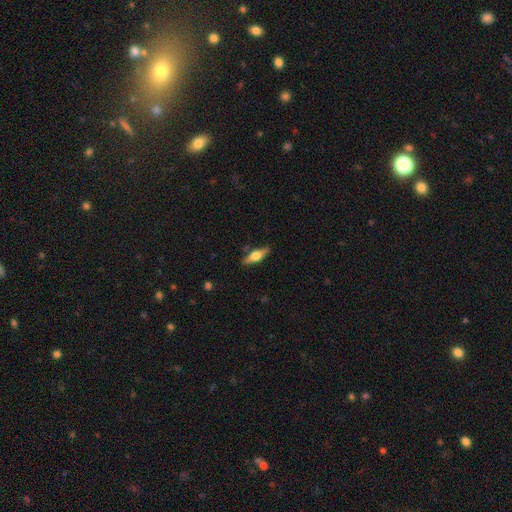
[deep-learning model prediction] Smooth or featured: featured or disk — 56% (smooth — 38%)
Edge-on disk: yes — 93% (no — 7%)
Edge-on bulge: rounded — 93% (boxy — 5%)
Merging: none — 86% (minor disturbance — 10%)